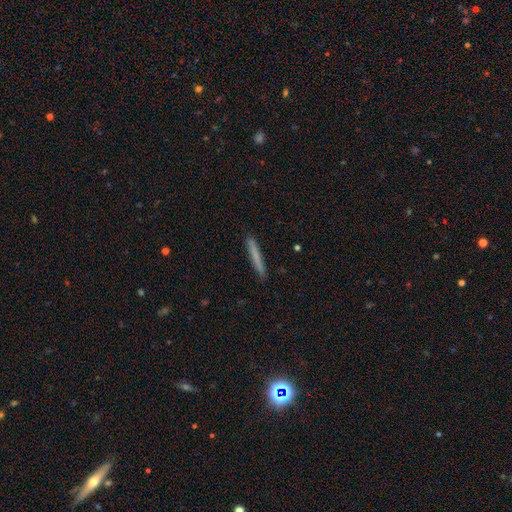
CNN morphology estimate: Overall: smooth (72%). How rounded: cigar-shaped (97%). Merging: none (91%).